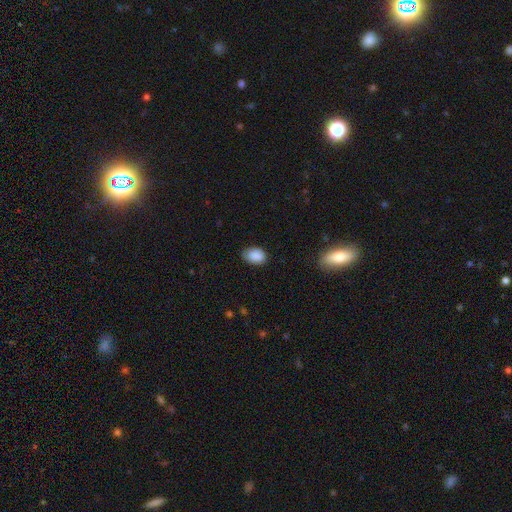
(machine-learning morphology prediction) smooth-or-featured: smooth: 87% | star or artifact: 8% | featured or disk: 5%
  how-rounded: in between: 83% | round: 16% | cigar-shaped: 1%
  merging: none: 69% | minor disturbance: 25% | major disturbance: 4% | merger: 1%